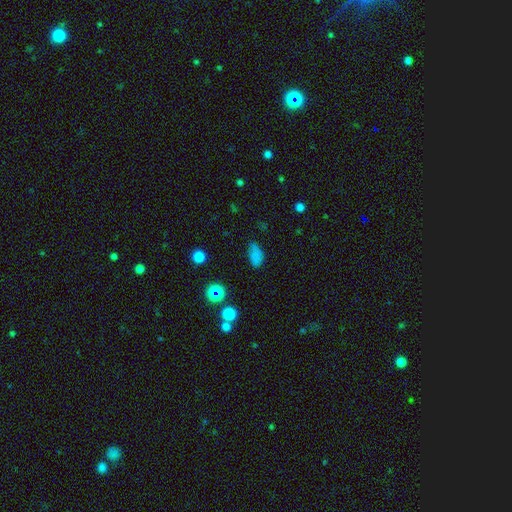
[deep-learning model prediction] Smooth or featured? Predicted: smooth (p=0.71). How rounded? Predicted: in between (p=0.87). Merging? Predicted: none (p=0.54).